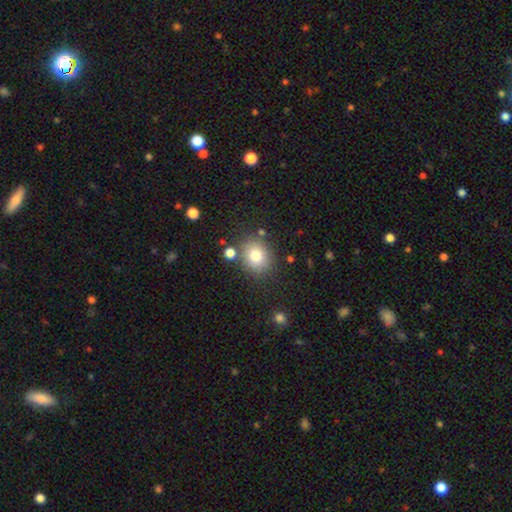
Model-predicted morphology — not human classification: Overall: smooth (79%). How rounded: round (68%; in between 31%). Merging: none (79%).